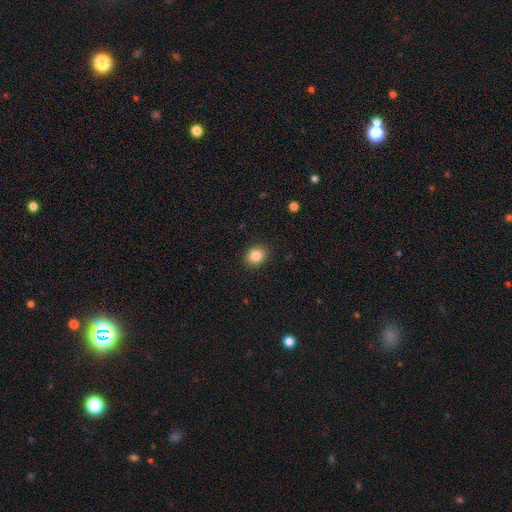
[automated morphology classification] This appears to be a smooth galaxy with no disk features (84%) that is round (63%). Merging: none (90%).